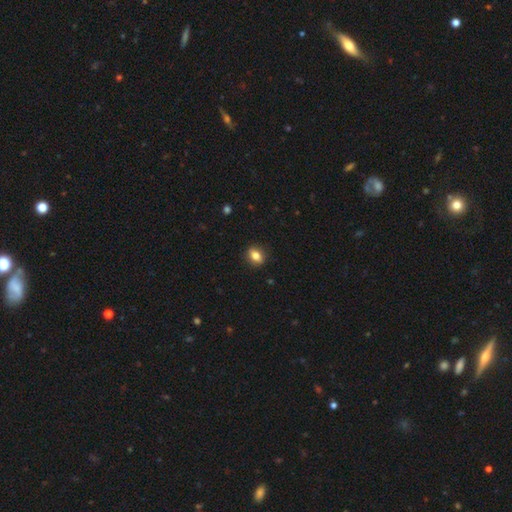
A smooth galaxy with no disk features (78%) that is in between round and cigar-shaped (61%). Merging: none (88%).